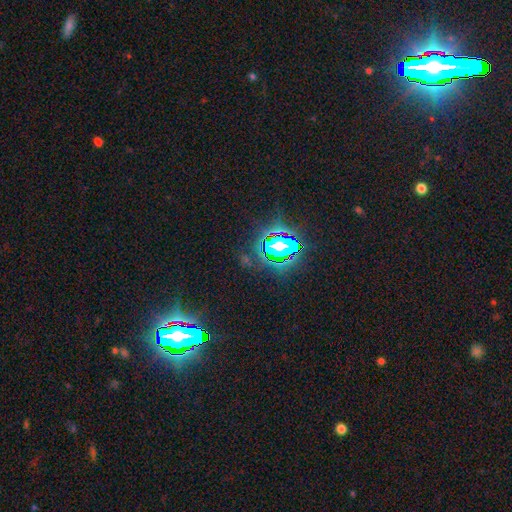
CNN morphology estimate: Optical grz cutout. It shows a star or artifact, not a galaxy (85%).